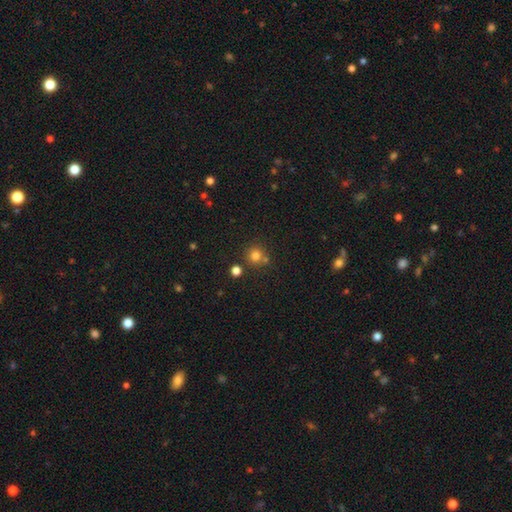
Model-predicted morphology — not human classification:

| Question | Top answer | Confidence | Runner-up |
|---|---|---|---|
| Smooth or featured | smooth | 79% | star or artifact (15%) |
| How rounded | round | 92% | in between (7%) |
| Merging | none | 70% | merger (18%) |